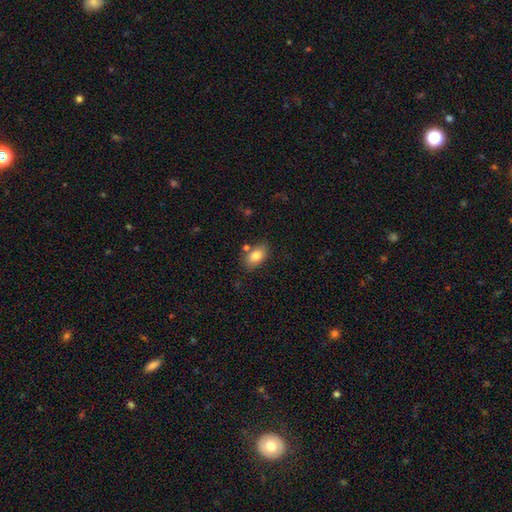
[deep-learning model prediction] Smooth or featured? Predicted: smooth (p=0.83). How rounded? Predicted: in between (p=0.88). Merging? Predicted: none (p=0.73).